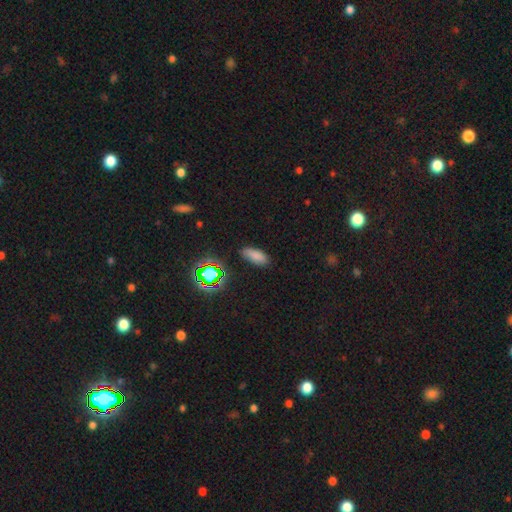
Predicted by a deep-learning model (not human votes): smooth-or-featured: smooth: 76% | star or artifact: 18% | featured or disk: 7%
  how-rounded: in between: 81% | cigar-shaped: 16% | round: 4%
  merging: none: 81% | minor disturbance: 13% | major disturbance: 3% | merger: 2%